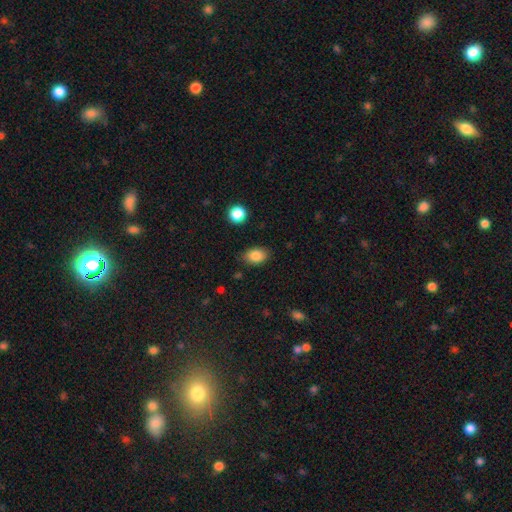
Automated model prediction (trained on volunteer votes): smooth_or_featured: smooth (p=0.86) [alt: star or artifact p=0.09]
how_rounded: in between (p=0.83) [alt: round p=0.16]
merging: none (p=0.83) [alt: minor disturbance p=0.12]